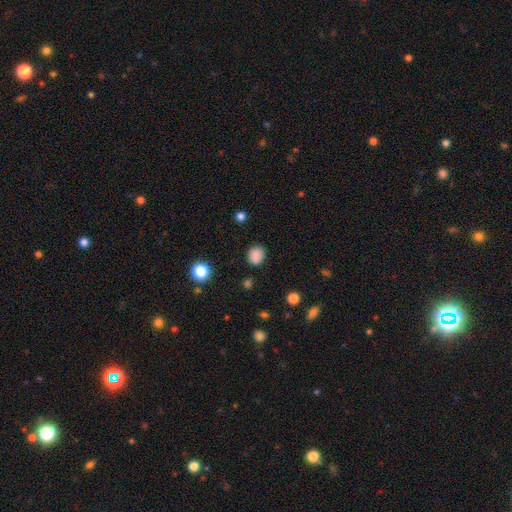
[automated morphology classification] type=smooth (84%); roundness=round (61%); merging=none (79%).